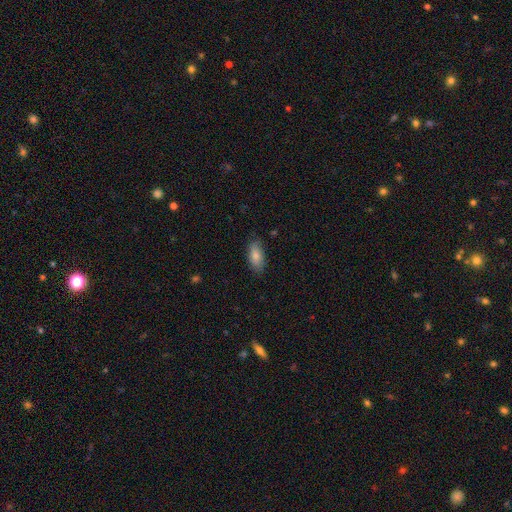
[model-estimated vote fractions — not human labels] Q: Smooth or featured?
A: smooth (83%); runner-up: featured or disk (10%)
Q: How rounded?
A: in between (88%); runner-up: cigar-shaped (10%)
Q: Merging?
A: none (81%); runner-up: minor disturbance (15%)